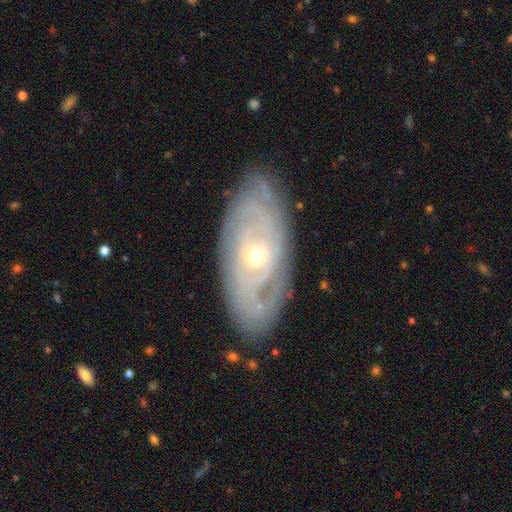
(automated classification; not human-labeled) Smooth or featured? Predicted: featured or disk (p=0.84). Edge-on disk? Predicted: no (p=0.91). Bar? Predicted: no (p=0.67). Spiral arms? Predicted: yes (p=0.91). Spiral winding? Predicted: tight (p=0.80). Spiral arm count? Predicted: can't tell (p=0.47). Bulge size? Predicted: small (p=0.49). Merging? Predicted: none (p=0.84).